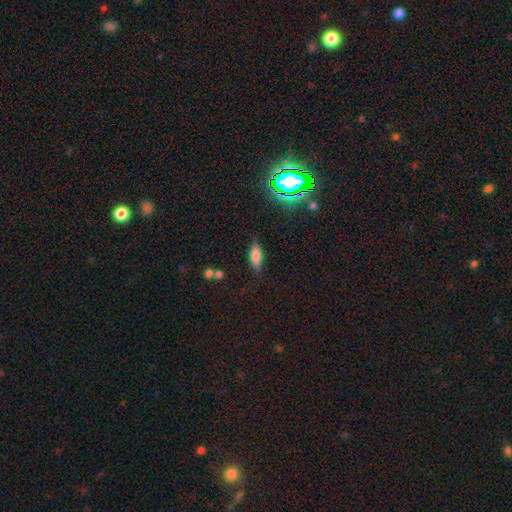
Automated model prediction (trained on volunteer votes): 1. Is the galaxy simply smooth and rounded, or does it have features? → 64% smooth, 24% featured or disk, 12% star or artifact.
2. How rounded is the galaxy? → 65% in between, 31% cigar-shaped, 3% round.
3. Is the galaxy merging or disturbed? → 78% none, 15% minor disturbance, 4% major disturbance, 2% merger.